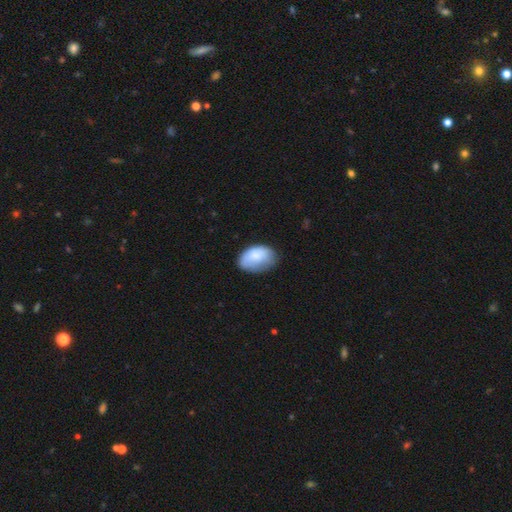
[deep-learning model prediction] A smooth galaxy with no disk features (78%) that is in between round and cigar-shaped (87%). Merging: none (60%).